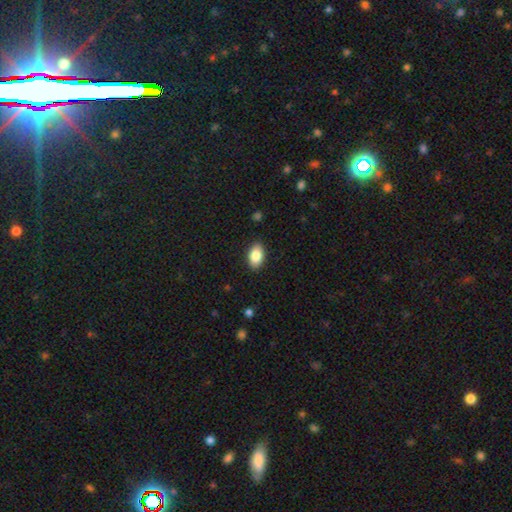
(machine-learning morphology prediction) Smooth or featured? smooth (87%)
How rounded? in between (92%)
Merging? none (89%)